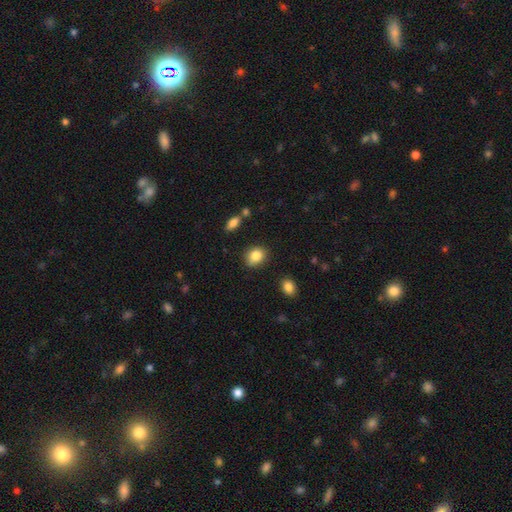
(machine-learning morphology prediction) Q: Smooth or featured?
A: smooth (85%); runner-up: star or artifact (9%)
Q: How rounded?
A: in between (50%); runner-up: round (49%)
Q: Merging?
A: none (82%); runner-up: minor disturbance (13%)